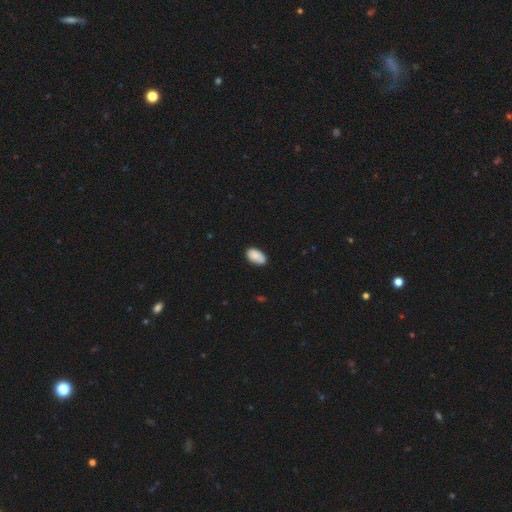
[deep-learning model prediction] A smooth galaxy with no disk features (83%) that is in between round and cigar-shaped (93%).

Vote fractions:
- Smooth or featured? smooth: 83% / featured or disk: 10% / star or artifact: 7%
- How rounded? in between: 93% / round: 5% / cigar-shaped: 2%
- Merging? none: 71% / minor disturbance: 22% / merger: 4% / major disturbance: 4%